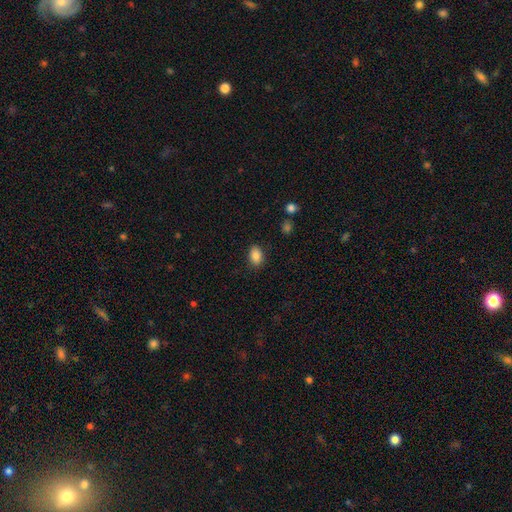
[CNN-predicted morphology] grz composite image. It shows a smooth galaxy with no disk features (86%) that is in between round and cigar-shaped (81%). Merging: none (86%).